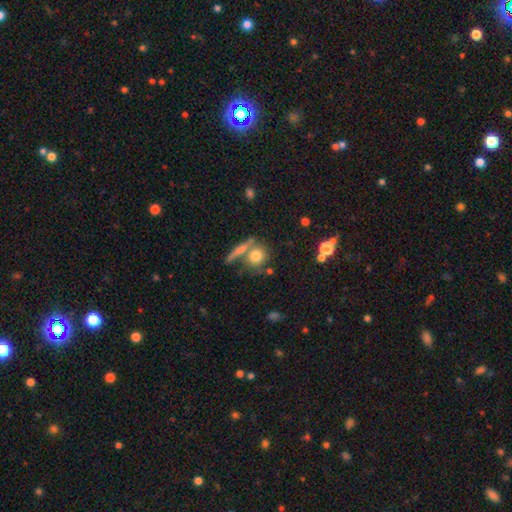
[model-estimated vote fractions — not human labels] smooth 74%, featured or disk 16%, star or artifact 10%. Down the decision tree: how rounded — round (79%); merging — none (58%).